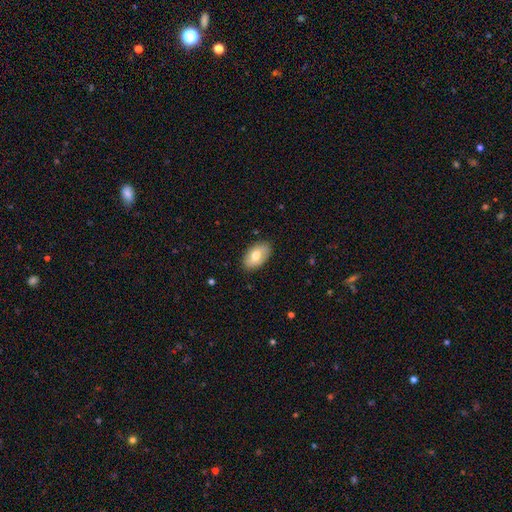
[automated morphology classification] The model was most divided on "smooth or featured": smooth: 72%, featured or disk: 22%, star or artifact: 6%. More confident: how rounded — in between (93%); merging — none (86%).